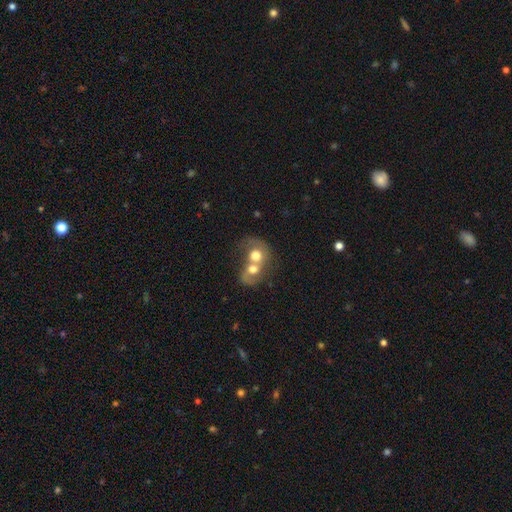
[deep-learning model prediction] This appears to be a smooth galaxy with no disk features (51%) that is round (60%). Merging: merger (82%).